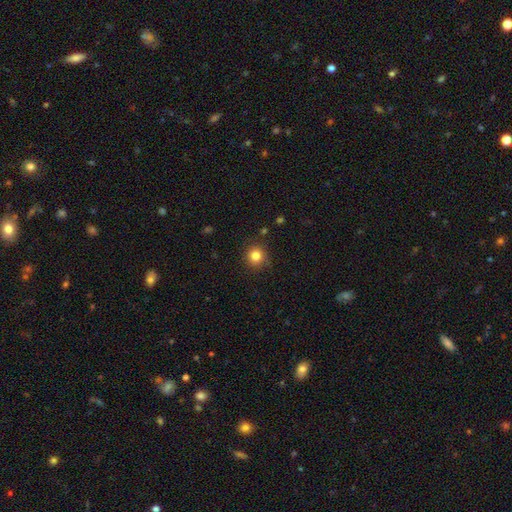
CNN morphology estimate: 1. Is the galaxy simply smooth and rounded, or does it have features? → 82% smooth, 12% star or artifact, 6% featured or disk.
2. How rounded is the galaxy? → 92% round, 7% in between, 1% cigar-shaped.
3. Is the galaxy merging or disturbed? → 86% none, 10% minor disturbance, 3% major disturbance, 1% merger.